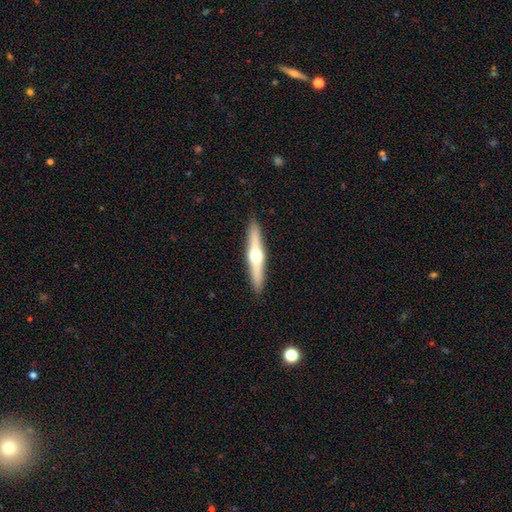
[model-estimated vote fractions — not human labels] smooth_or_featured: featured or disk (p=0.61) [alt: smooth p=0.33]
disk_edge_on: yes (p=0.96) [alt: no p=0.04]
edge_on_bulge: rounded (p=0.94) [alt: none p=0.03]
merging: none (p=0.91) [alt: minor disturbance p=0.06]